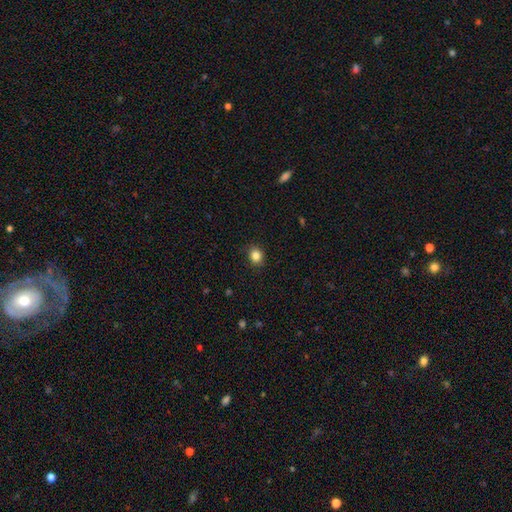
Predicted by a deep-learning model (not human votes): Smooth or featured: smooth — 84% (star or artifact — 11%)
How rounded: round — 65% (in between — 34%)
Merging: none — 87% (minor disturbance — 9%)